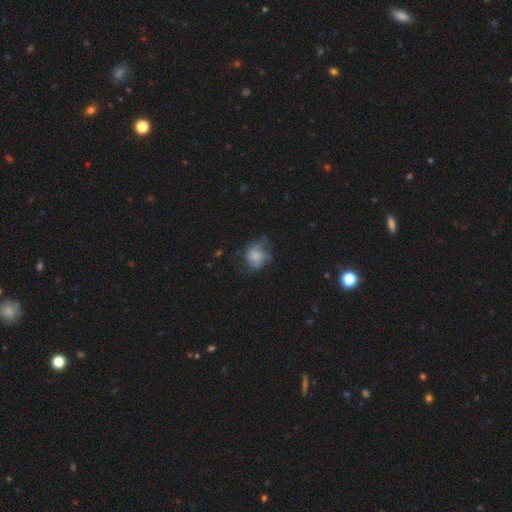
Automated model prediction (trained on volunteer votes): Smooth or featured: smooth — 55% (featured or disk — 35%)
How rounded: round — 61% (in between — 38%)
Merging: none — 41% (minor disturbance — 30%)